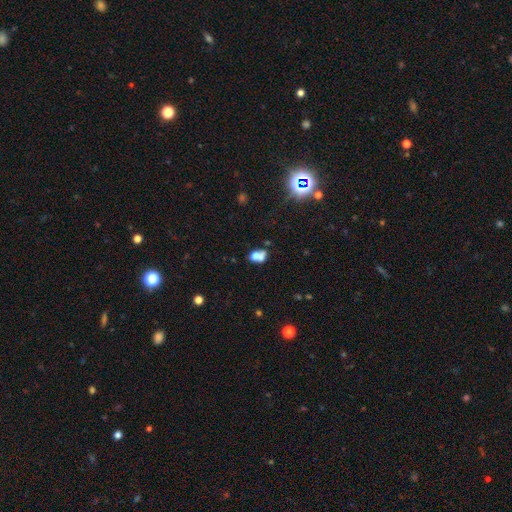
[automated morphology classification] Smooth or featured? Predicted: smooth (p=0.64). How rounded? Predicted: in between (p=0.55). Merging? Predicted: merger (p=0.55).